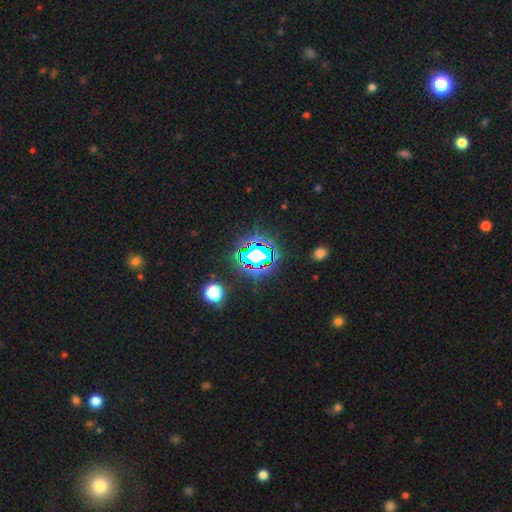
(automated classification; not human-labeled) The model was most divided on "smooth or featured": star or artifact: 71%, smooth: 16%, featured or disk: 13%.